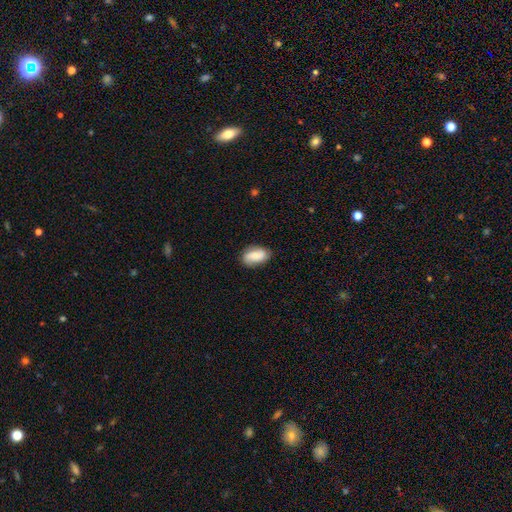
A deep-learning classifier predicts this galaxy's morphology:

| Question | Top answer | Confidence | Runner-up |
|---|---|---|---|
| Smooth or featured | smooth | 67% | featured or disk (25%) |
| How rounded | in between | 90% | round (7%) |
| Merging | none | 77% | minor disturbance (17%) |